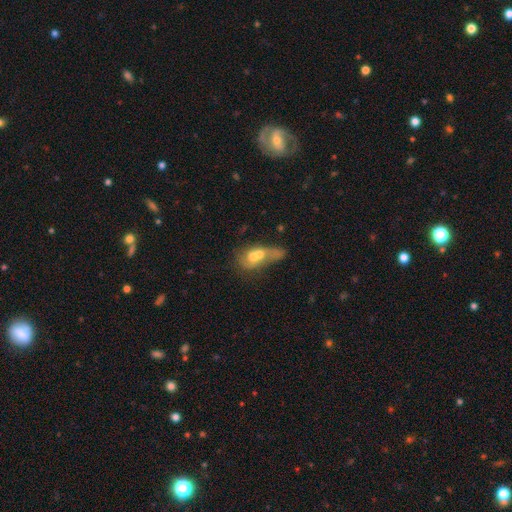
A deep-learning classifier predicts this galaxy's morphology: Smooth or featured?
  - smooth: 56% *
  - featured or disk: 34%
  - star or artifact: 10%
How rounded?
  - in between: 64% *
  - round: 24%
  - cigar-shaped: 12%
Merging?
  - merger: 65% *
  - none: 14%
  - major disturbance: 12%
  - minor disturbance: 9%